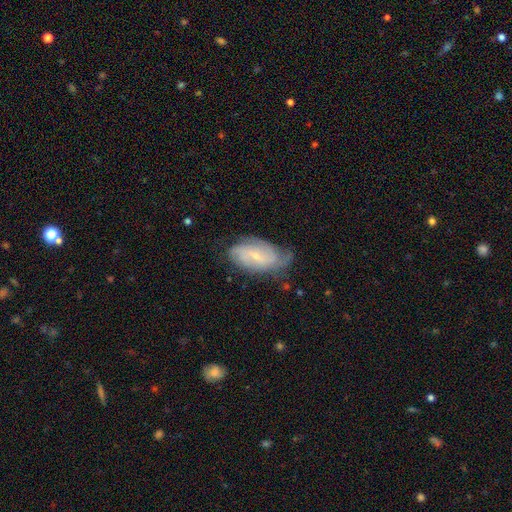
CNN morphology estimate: Q: Smooth or featured?
A: featured or disk (72%); runner-up: smooth (20%)
Q: Edge-on disk?
A: no (95%); runner-up: yes (5%)
Q: Bar?
A: weak (44%); tied with: no (44%)
Q: Spiral arms?
A: yes (93%); runner-up: no (7%)
Q: Spiral winding?
A: tight (44%); runner-up: medium (40%)
Q: Spiral arm count?
A: 2 (36%); runner-up: can't tell (28%)
Q: Bulge size?
A: small (71%); runner-up: moderate (23%)
Q: Merging?
A: none (61%); runner-up: minor disturbance (29%)